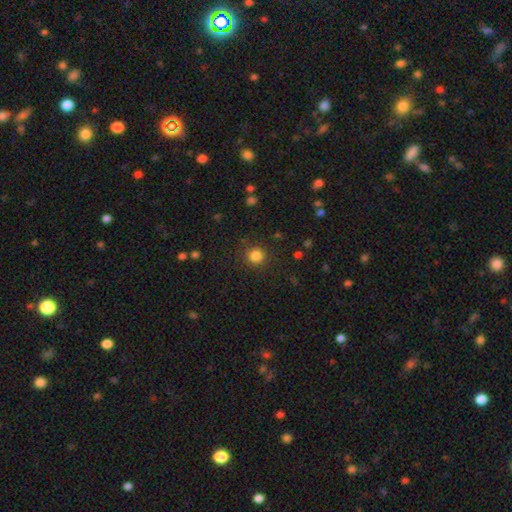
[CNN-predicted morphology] Smooth or featured: smooth — 83% (star or artifact — 13%)
How rounded: round — 93% (in between — 6%)
Merging: none — 89% (minor disturbance — 7%)